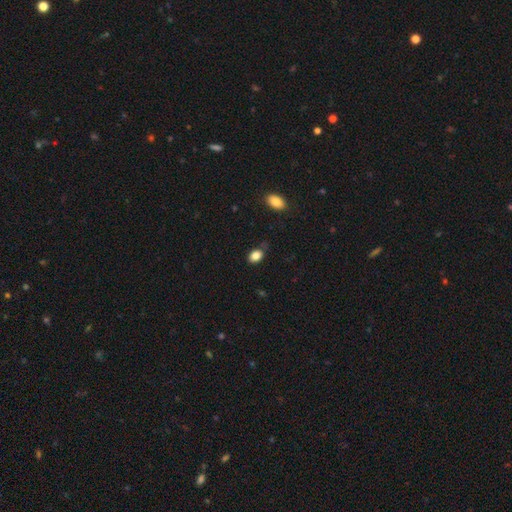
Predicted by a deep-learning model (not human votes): Smooth or featured: smooth — 85% (star or artifact — 9%)
How rounded: in between — 78% (round — 21%)
Merging: none — 71% (minor disturbance — 22%)